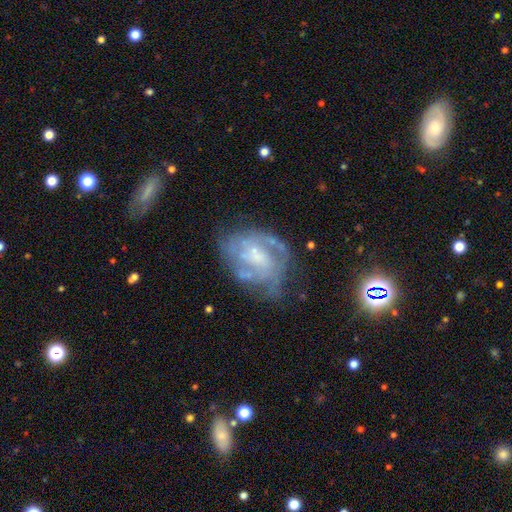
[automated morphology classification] Smooth or featured? Predicted: featured or disk (p=0.76). Edge-on disk? Predicted: no (p=0.97). Bar? Predicted: no (p=0.56). Spiral arms? Predicted: yes (p=0.72). Spiral winding? Predicted: tight (p=0.46). Spiral arm count? Predicted: can't tell (p=0.46). Bulge size? Predicted: small (p=0.45). Merging? Predicted: none (p=0.50).